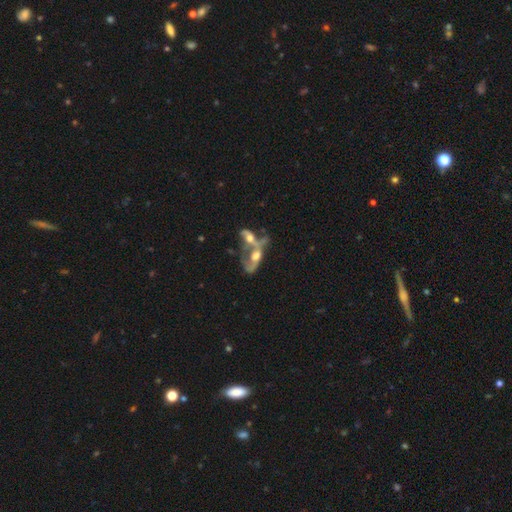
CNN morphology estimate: Smooth or featured: featured or disk — 65% (smooth — 24%)
Edge-on disk: no — 80% (yes — 20%)
Bar: no — 73% (weak — 20%)
Spiral arms: yes — 51% (no — 49%)
Bulge size: moderate — 58% (small — 17%)
Merging: merger — 74% (none — 11%)